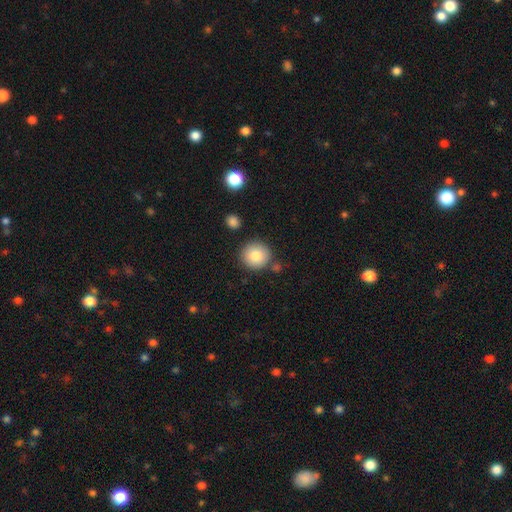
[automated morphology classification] A smooth galaxy with no disk features (82%) that is round (92%).

Vote fractions:
- Smooth or featured? smooth: 82% / featured or disk: 10% / star or artifact: 9%
- How rounded? round: 92% / in between: 7% / cigar-shaped: 1%
- Merging? none: 81% / minor disturbance: 10% / merger: 7% / major disturbance: 3%